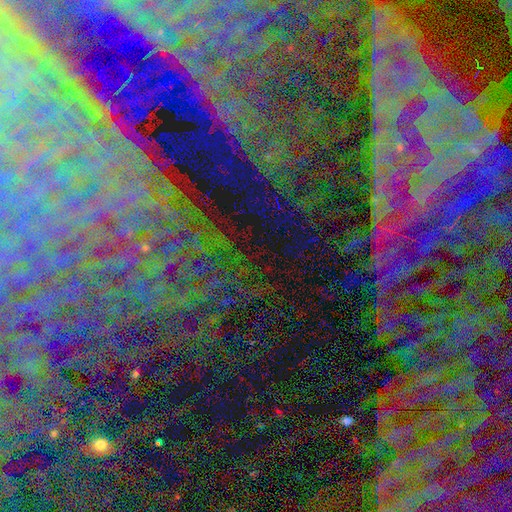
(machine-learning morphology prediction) Overall: star or artifact (75%).